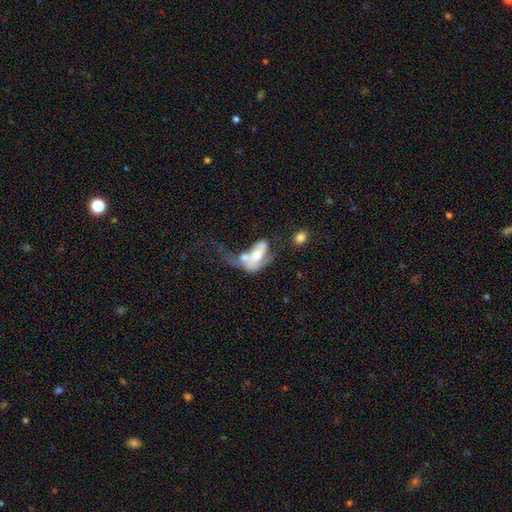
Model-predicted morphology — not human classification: A featured or disk galaxy (51%).

Vote fractions:
- Smooth or featured? featured or disk: 51% / smooth: 41% / star or artifact: 8%
- Edge-on disk? no: 93% / yes: 7%
- Merging? merger: 48% / major disturbance: 32% / none: 11% / minor disturbance: 9%